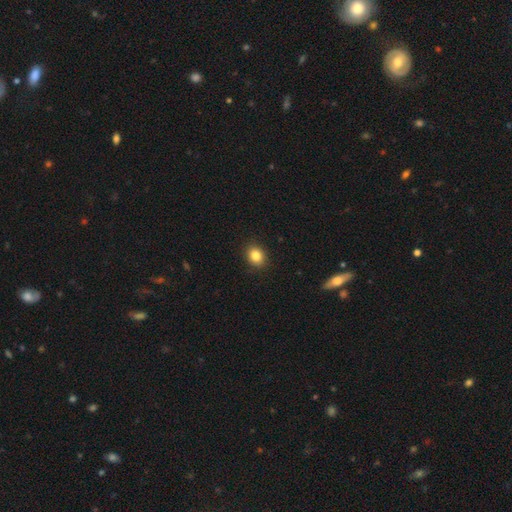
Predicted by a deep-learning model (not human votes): Smooth or featured?
  - smooth: 85% *
  - star or artifact: 10%
  - featured or disk: 5%
How rounded?
  - round: 55% *
  - in between: 44%
  - cigar-shaped: 1%
Merging?
  - none: 90% *
  - minor disturbance: 7%
  - major disturbance: 2%
  - merger: 1%